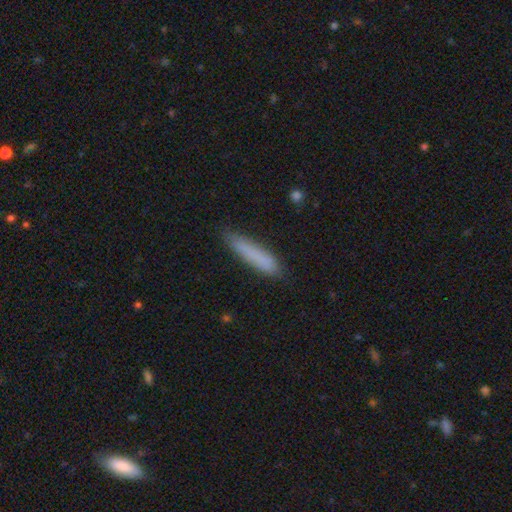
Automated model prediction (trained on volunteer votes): A smooth galaxy with no disk features (81%) that is cigar-shaped (90%).

Vote fractions:
- Smooth or featured? smooth: 81% / featured or disk: 12% / star or artifact: 7%
- How rounded? cigar-shaped: 90% / in between: 9% / round: 1%
- Merging? none: 81% / minor disturbance: 15% / major disturbance: 3% / merger: 1%